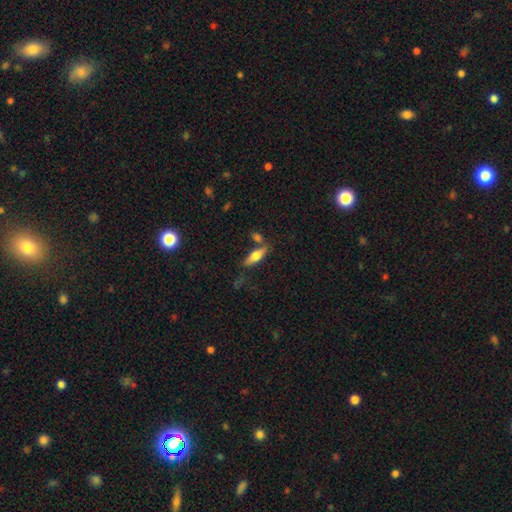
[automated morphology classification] smooth-or-featured: smooth: 58% | featured or disk: 35% | star or artifact: 7%
  how-rounded: cigar-shaped: 50% | in between: 48% | round: 2%
  merging: none: 68% | minor disturbance: 14% | merger: 13% | major disturbance: 4%